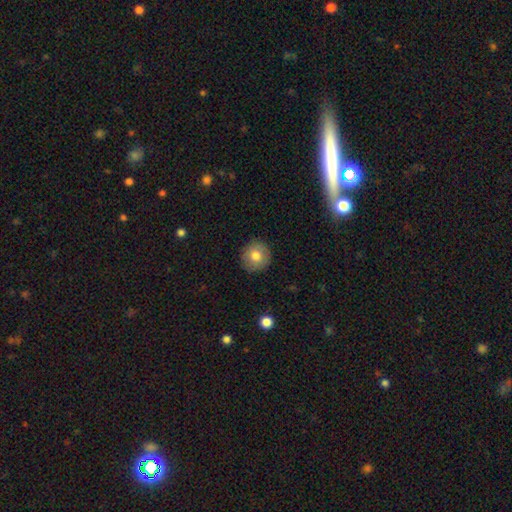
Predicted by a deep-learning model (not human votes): This is likely a smooth galaxy (78%). How rounded: clearly round (92%). Merging: clearly none (90%).